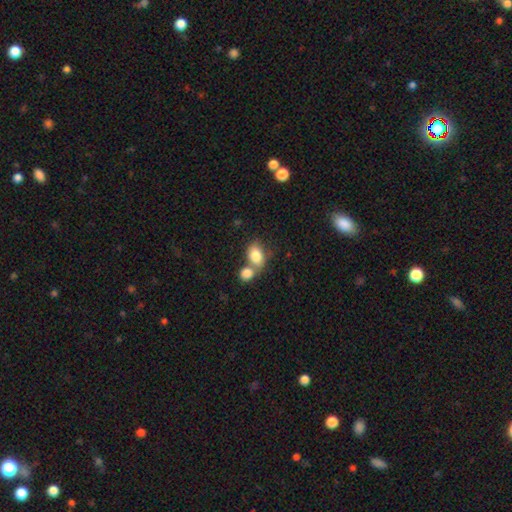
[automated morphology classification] Smooth or featured: smooth — 82% (featured or disk — 10%)
How rounded: in between — 72% (round — 26%)
Merging: merger — 52% (none — 34%)